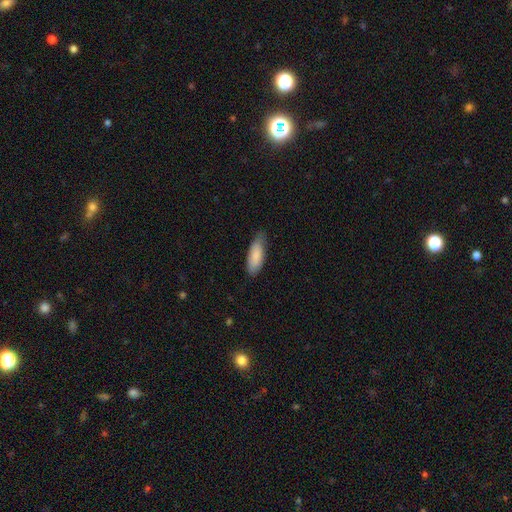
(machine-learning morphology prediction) This is clearly a smooth galaxy (87%). How rounded: likely in between (69%). Merging: likely none (65%).